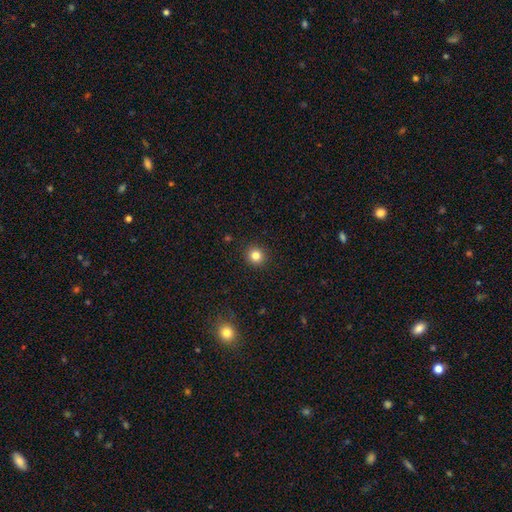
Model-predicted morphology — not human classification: smooth_or_featured: smooth (p=0.83) [alt: star or artifact p=0.12]
how_rounded: round (p=0.92) [alt: in between p=0.07]
merging: none (p=0.92) [alt: minor disturbance p=0.05]